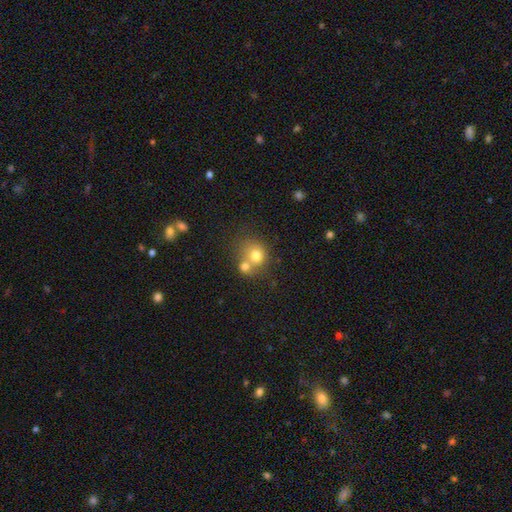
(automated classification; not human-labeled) This is likely a smooth galaxy (74%). How rounded: likely round (76%). Merging: possibly merger (50%).